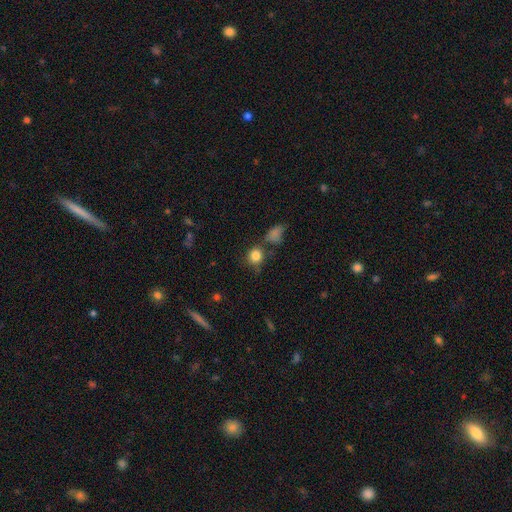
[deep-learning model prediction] A smooth galaxy with no disk features (83%) that is round (82%). Merging: none (66%).